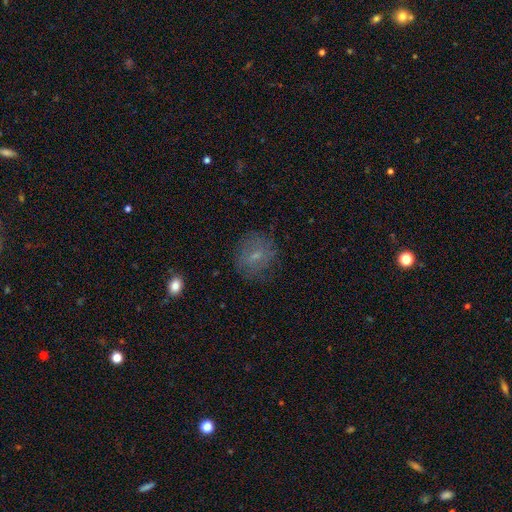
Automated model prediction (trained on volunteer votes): Smooth or featured: smooth — 58% (featured or disk — 29%)
How rounded: round — 73% (in between — 25%)
Merging: none — 74% (minor disturbance — 17%)